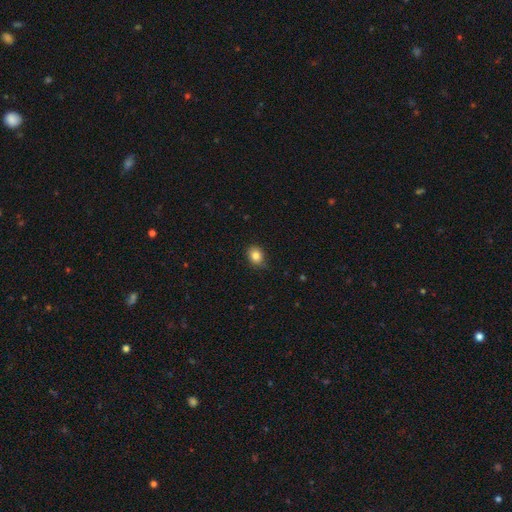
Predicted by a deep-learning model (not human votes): A smooth galaxy with no disk features (84%) that is round (53%). Merging: none (79%).